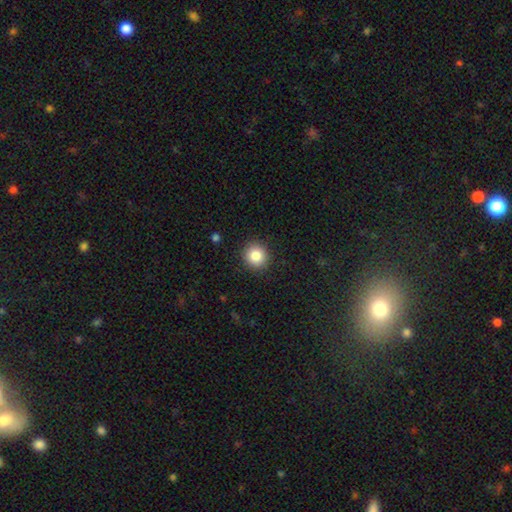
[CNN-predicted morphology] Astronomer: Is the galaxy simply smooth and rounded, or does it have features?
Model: smooth — 85%.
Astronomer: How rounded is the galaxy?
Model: round — 93%.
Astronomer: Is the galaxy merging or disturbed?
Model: none — 91%.